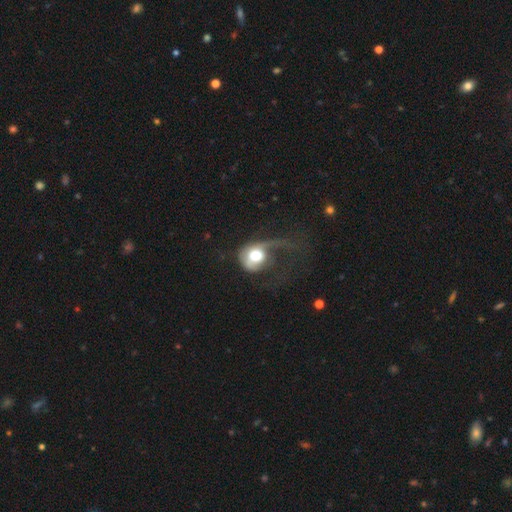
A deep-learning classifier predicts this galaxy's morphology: Smooth or featured: smooth — 54% (featured or disk — 38%)
How rounded: round — 72% (in between — 27%)
Merging: major disturbance — 59% (minor disturbance — 20%)